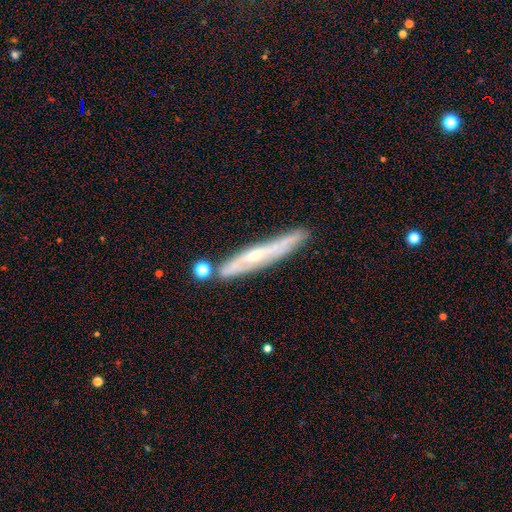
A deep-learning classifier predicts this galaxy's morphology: Overall: featured or disk (62%; smooth 30%). Edge-on disk: yes (84%). Edge-on bulge: rounded (68%; none 29%). Merging: none (80%).